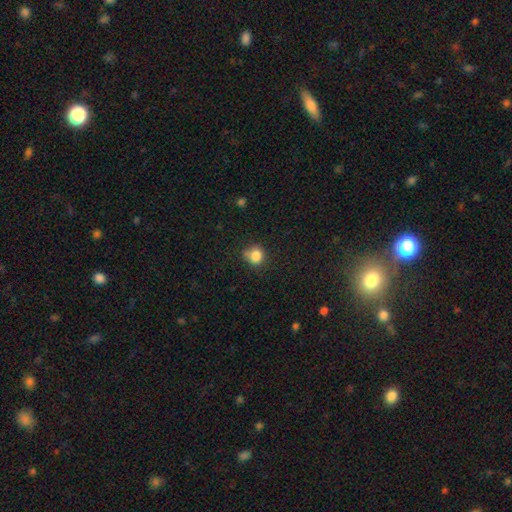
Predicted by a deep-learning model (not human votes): This is clearly a smooth galaxy (83%). How rounded: likely round (79%). Merging: likely none (63%).